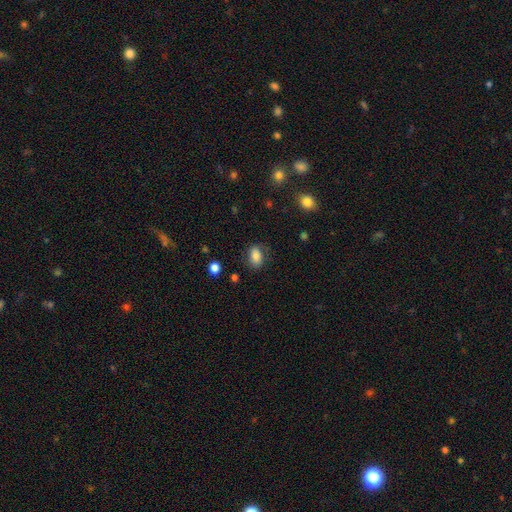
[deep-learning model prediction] Smooth or featured?
  - smooth: 80% *
  - featured or disk: 11%
  - star or artifact: 9%
How rounded?
  - in between: 80% *
  - round: 18%
  - cigar-shaped: 2%
Merging?
  - none: 74% *
  - minor disturbance: 18%
  - major disturbance: 7%
  - merger: 2%